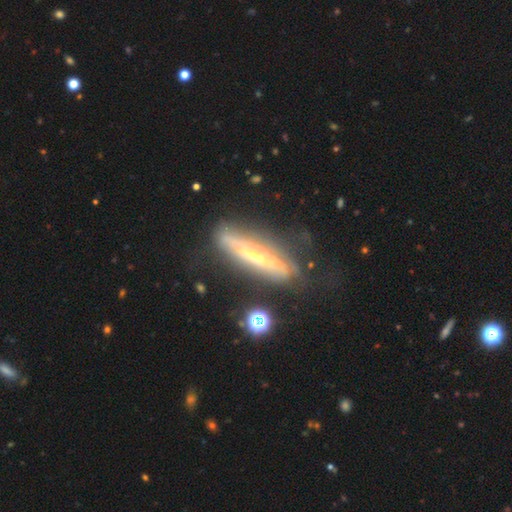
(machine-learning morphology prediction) type=featured or disk (70%); edge-on=yes (72%); edge-on bulge=rounded (50%); merging=none (64%).